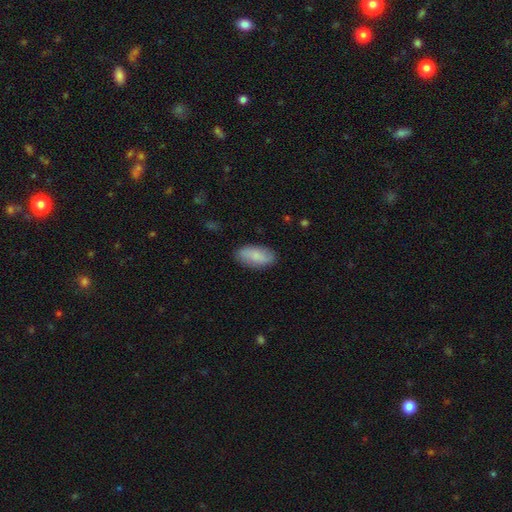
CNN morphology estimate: The model was most divided on "smooth or featured": smooth: 77%, featured or disk: 17%, star or artifact: 6%. More confident: how rounded — in between (90%); merging — none (84%).